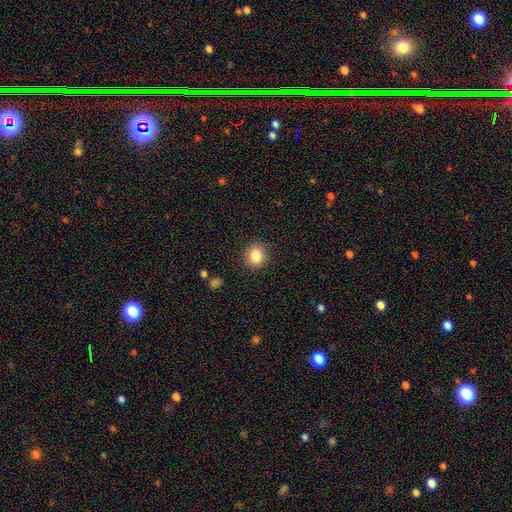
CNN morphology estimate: Overall: smooth (85%). How rounded: round (73%). Merging: none (89%).